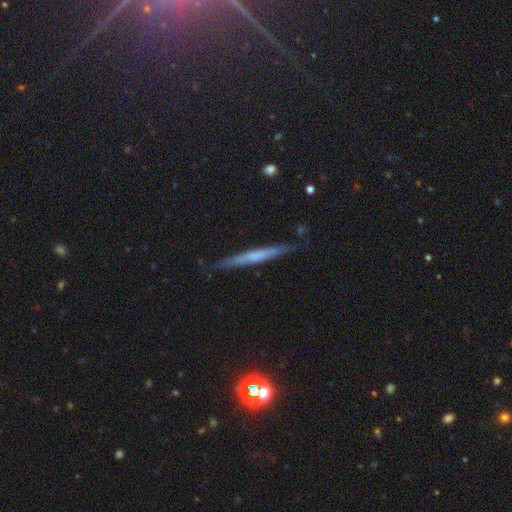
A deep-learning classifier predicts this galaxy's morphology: featured or disk 52%, smooth 41%, star or artifact 7%. Down the decision tree: edge-on disk — yes (95%); merging — none (84%).